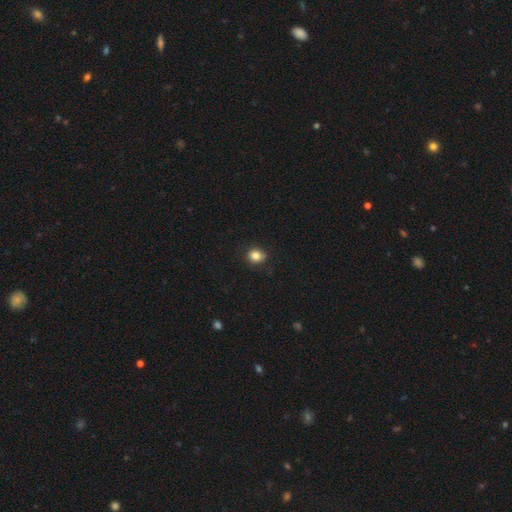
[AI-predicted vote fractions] Q: Smooth or featured?
A: smooth (83%); runner-up: star or artifact (11%)
Q: How rounded?
A: round (74%); runner-up: in between (25%)
Q: Merging?
A: none (83%); runner-up: minor disturbance (13%)